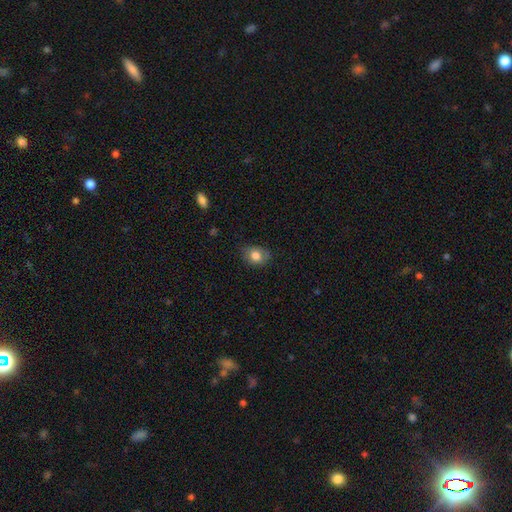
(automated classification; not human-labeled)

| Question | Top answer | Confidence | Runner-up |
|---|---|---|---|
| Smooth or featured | smooth | 82% | featured or disk (9%) |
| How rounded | in between | 57% | round (42%) |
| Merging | none | 77% | minor disturbance (19%) |